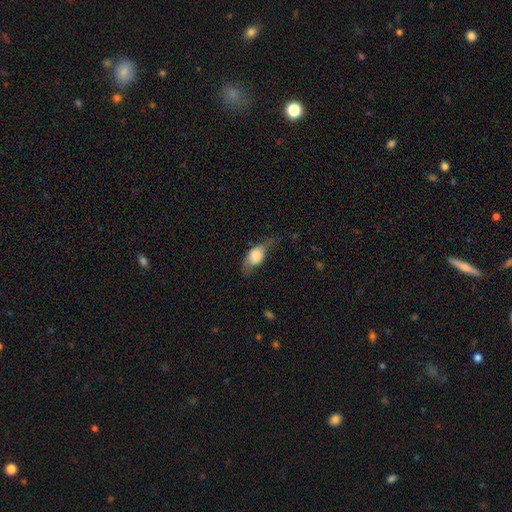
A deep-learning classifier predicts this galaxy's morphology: This is possibly a smooth galaxy (60%). How rounded: likely in between (76%). Merging: marginally none (43%).